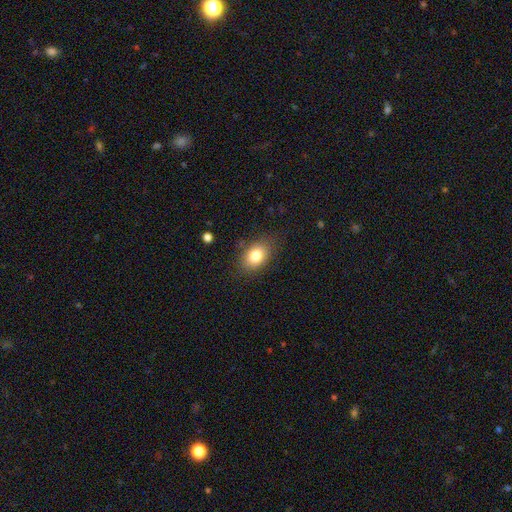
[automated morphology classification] type=smooth (80%); roundness=in between (76%); merging=none (82%).